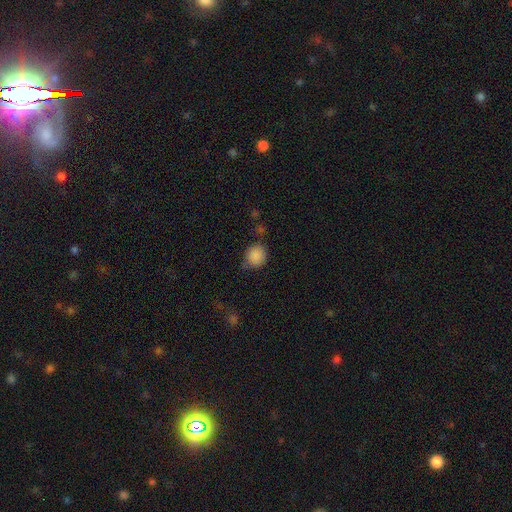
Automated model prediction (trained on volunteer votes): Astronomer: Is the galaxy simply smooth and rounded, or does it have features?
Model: smooth — 87%.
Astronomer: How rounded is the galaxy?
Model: round — 82%.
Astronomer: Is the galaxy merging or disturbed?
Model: none — 68%.